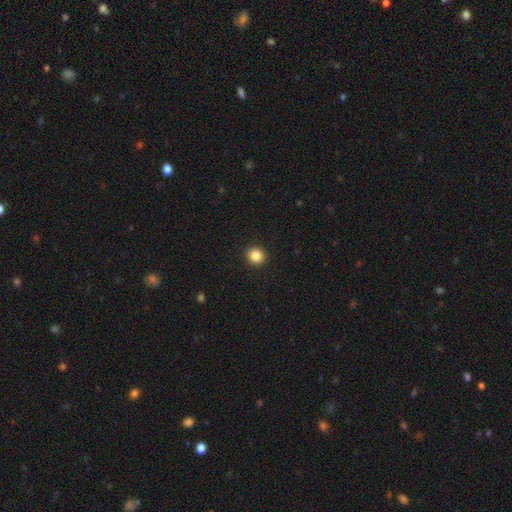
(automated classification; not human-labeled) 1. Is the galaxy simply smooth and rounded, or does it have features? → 86% smooth, 10% star or artifact, 4% featured or disk.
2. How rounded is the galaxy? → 84% round, 15% in between, 1% cigar-shaped.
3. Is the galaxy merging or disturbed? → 93% none, 5% minor disturbance, 2% major disturbance, 1% merger.